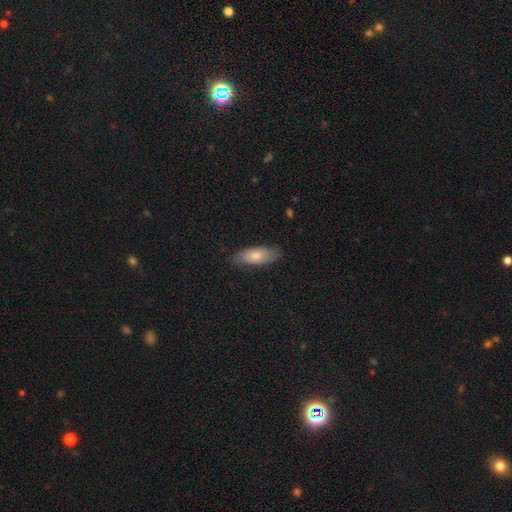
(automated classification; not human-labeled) Morphology: type=smooth (72%); roundness=in between (78%); merging=none (79%).